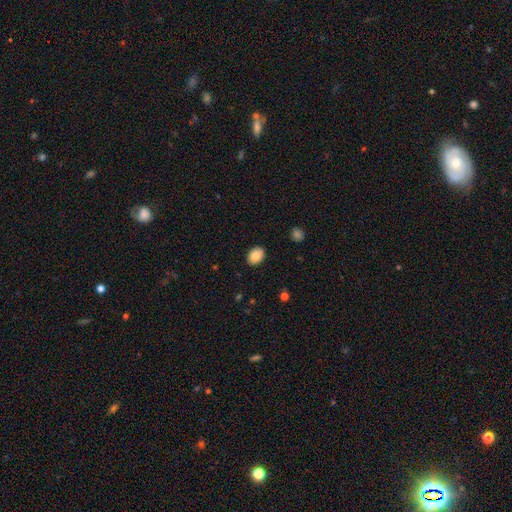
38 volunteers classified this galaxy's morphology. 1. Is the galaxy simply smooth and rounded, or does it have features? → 82% smooth, 11% featured or disk, 8% star or artifact.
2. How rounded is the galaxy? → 55% in between, 45% round, 0% cigar-shaped.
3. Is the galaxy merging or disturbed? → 91% none, 9% minor disturbance, 0% major disturbance, 0% merger.